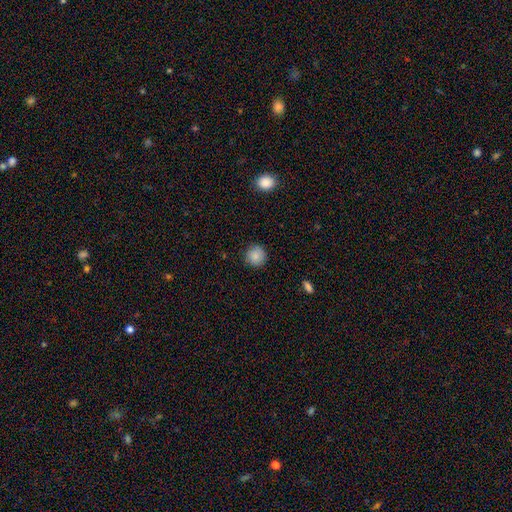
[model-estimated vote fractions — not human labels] A smooth galaxy with no disk features (86%) that is round (94%). Merging: none (88%).